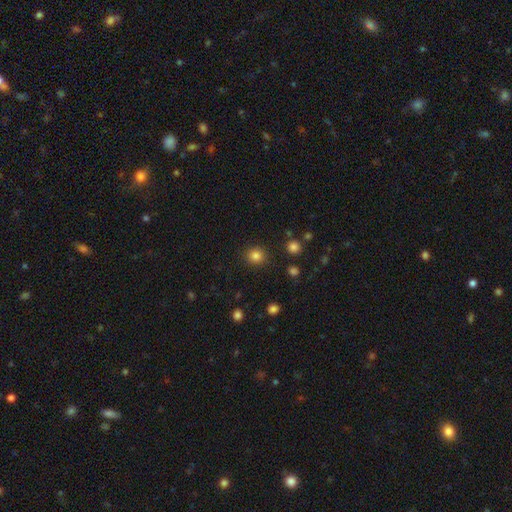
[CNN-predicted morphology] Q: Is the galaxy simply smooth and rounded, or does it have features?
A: smooth — 83%.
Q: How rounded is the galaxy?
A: round — 90%.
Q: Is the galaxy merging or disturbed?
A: none — 89%.